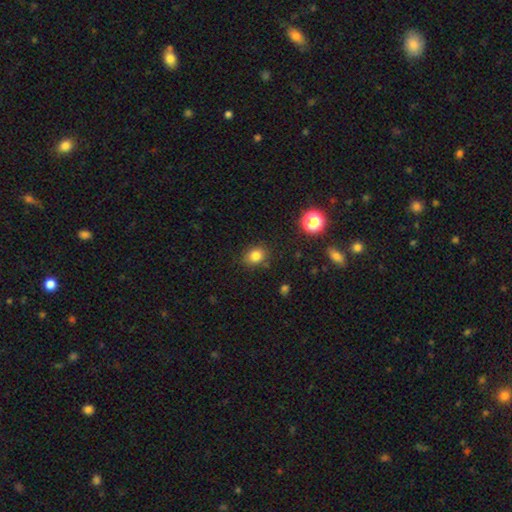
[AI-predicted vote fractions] Q: Smooth or featured?
A: smooth (81%); runner-up: star or artifact (13%)
Q: How rounded?
A: round (54%); runner-up: in between (45%)
Q: Merging?
A: none (83%); runner-up: minor disturbance (12%)